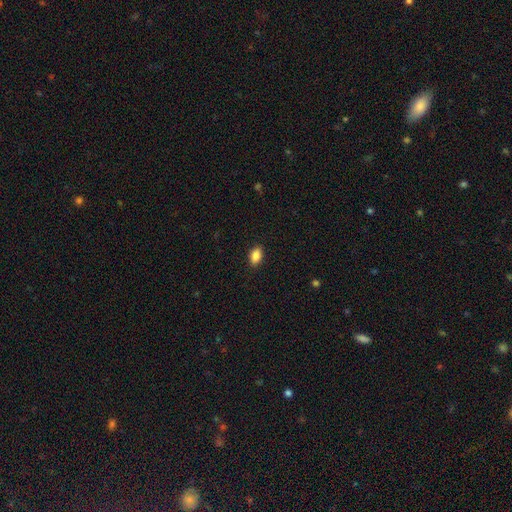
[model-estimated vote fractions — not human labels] smooth-or-featured: smooth: 88% | star or artifact: 8% | featured or disk: 4%
  how-rounded: in between: 89% | round: 9% | cigar-shaped: 2%
  merging: none: 89% | minor disturbance: 8% | major disturbance: 2% | merger: 1%